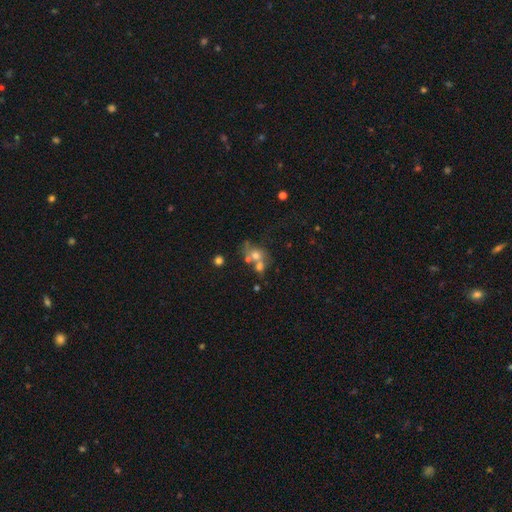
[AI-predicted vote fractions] The model was most divided on "merging": merger: 50%, none: 28%, minor disturbance: 11%, major disturbance: 11%. More confident: how rounded — round (62%); smooth or featured — smooth (55%).